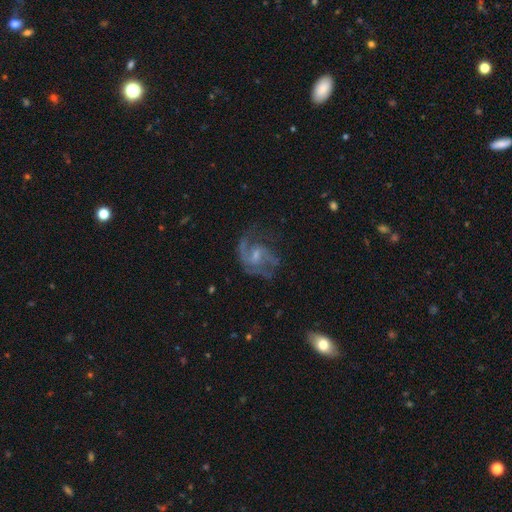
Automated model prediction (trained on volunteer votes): This is clearly a featured or disk galaxy (81%). It is clearly not viewed edge-on (98%). Bar: possibly weak (50%). Spiral arm pattern: clearly yes (89%). Spiral arm count: possibly 2 (53%). Spiral winding: possibly medium (50%). Central bulge: possibly small (54%). Merging: possibly none (53%).